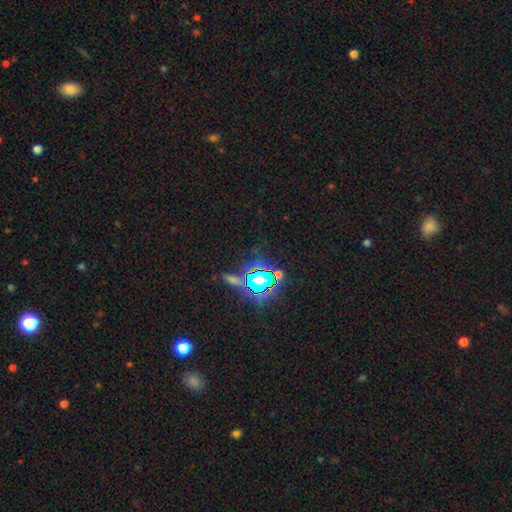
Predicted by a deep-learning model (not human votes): A star or artifact, not a galaxy (82%).

Vote fractions:
- Smooth or featured? star or artifact: 82% / smooth: 11% / featured or disk: 7%